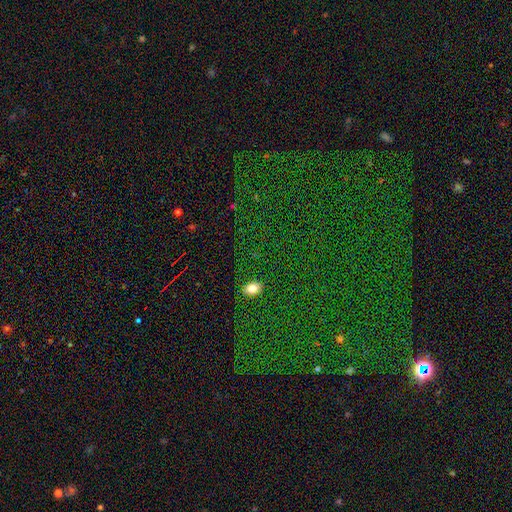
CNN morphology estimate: smooth_or_featured: star or artifact (p=0.80) [alt: smooth p=0.11]